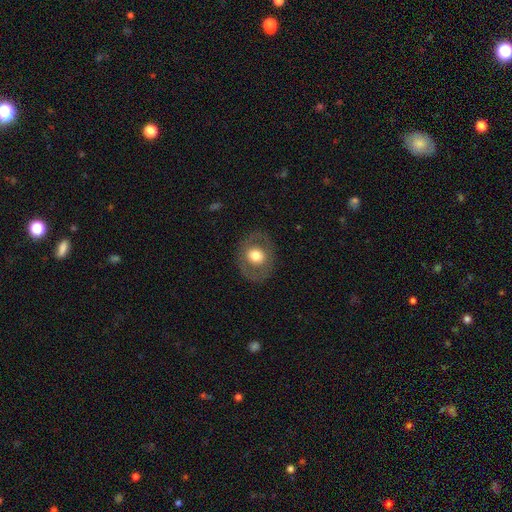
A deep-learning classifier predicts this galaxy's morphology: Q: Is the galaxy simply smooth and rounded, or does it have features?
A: smooth — 57%.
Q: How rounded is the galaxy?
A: round — 64%.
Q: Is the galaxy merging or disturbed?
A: none — 81%.